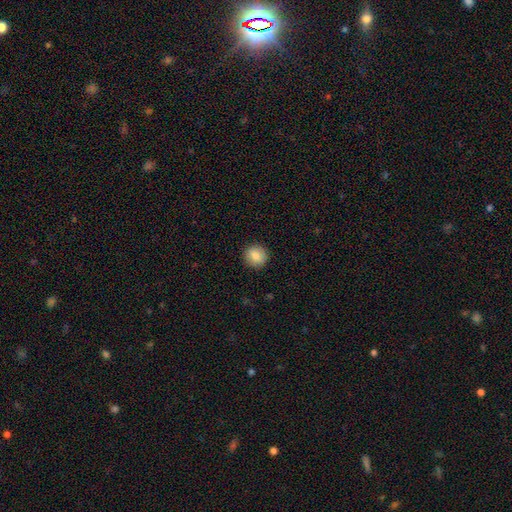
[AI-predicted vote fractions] Q: Smooth or featured?
A: smooth (84%); runner-up: star or artifact (8%)
Q: How rounded?
A: round (87%); runner-up: in between (12%)
Q: Merging?
A: none (90%); runner-up: minor disturbance (7%)